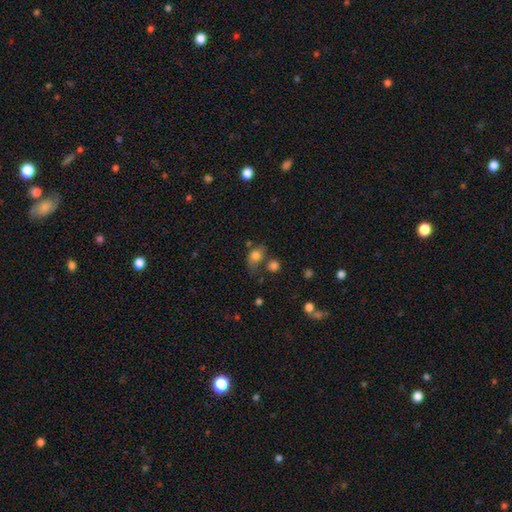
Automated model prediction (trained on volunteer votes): smooth 78%, star or artifact 11%, featured or disk 11%. Down the decision tree: how rounded — in between (58%); merging — none (47%).